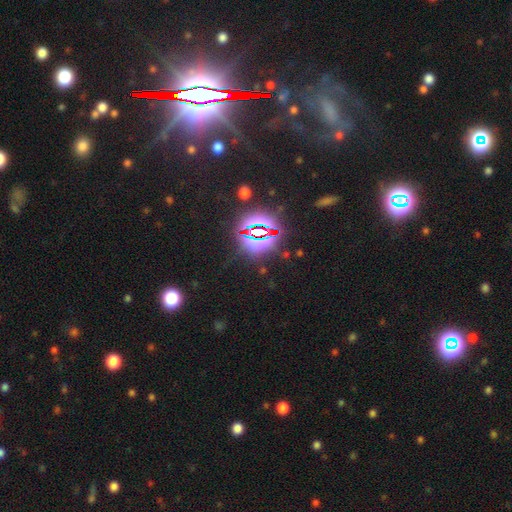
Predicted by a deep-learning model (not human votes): A star or artifact, not a galaxy (83%).

Vote fractions:
- Smooth or featured? star or artifact: 83% / smooth: 9% / featured or disk: 8%